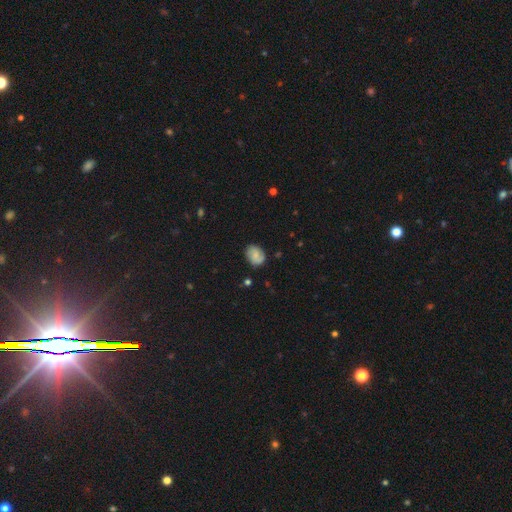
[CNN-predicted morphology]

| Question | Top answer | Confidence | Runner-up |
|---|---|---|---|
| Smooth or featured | smooth | 55% | featured or disk (37%) |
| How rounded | in between | 54% | round (44%) |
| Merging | none | 78% | minor disturbance (17%) |